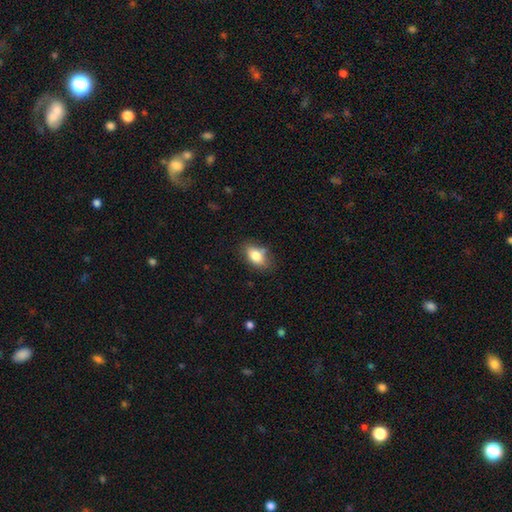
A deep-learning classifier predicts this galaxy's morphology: Smooth or featured? smooth (80%)
How rounded? in between (86%)
Merging? none (71%)